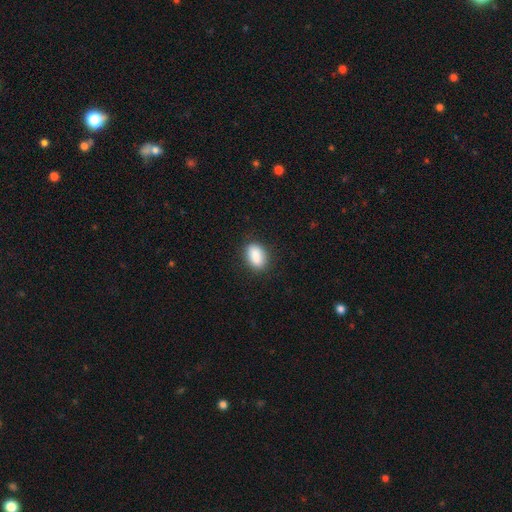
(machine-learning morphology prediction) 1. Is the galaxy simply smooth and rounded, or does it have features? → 88% smooth, 7% star or artifact, 4% featured or disk.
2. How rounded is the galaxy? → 87% in between, 10% round, 3% cigar-shaped.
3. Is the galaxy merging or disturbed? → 85% none, 11% minor disturbance, 3% major disturbance, 1% merger.